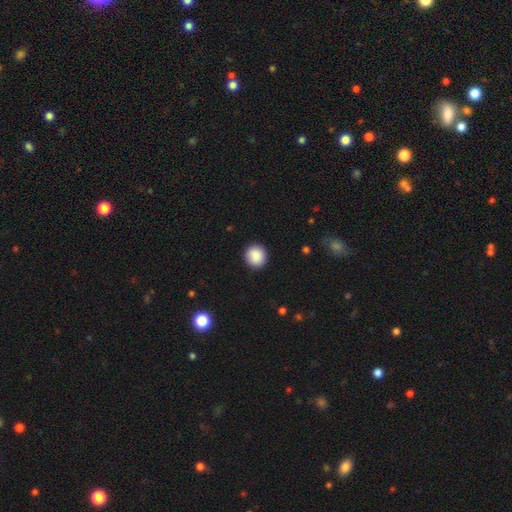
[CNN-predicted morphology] type=smooth (89%); roundness=round (92%); merging=none (92%).